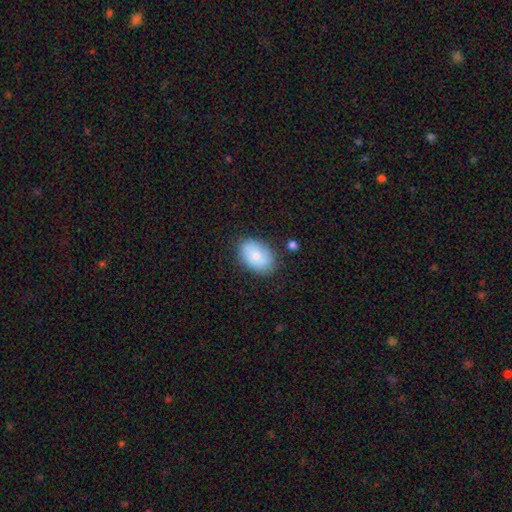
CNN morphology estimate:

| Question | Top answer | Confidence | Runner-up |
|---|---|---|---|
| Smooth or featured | smooth | 77% | featured or disk (17%) |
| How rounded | in between | 86% | round (13%) |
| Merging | none | 77% | minor disturbance (16%) |